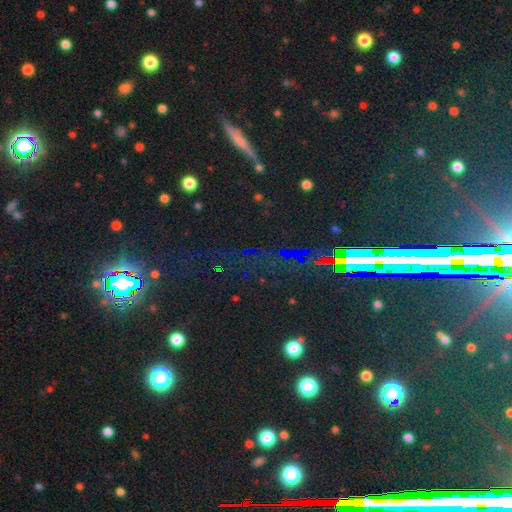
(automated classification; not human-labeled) This appears to be a star or artifact, not a galaxy (79%).